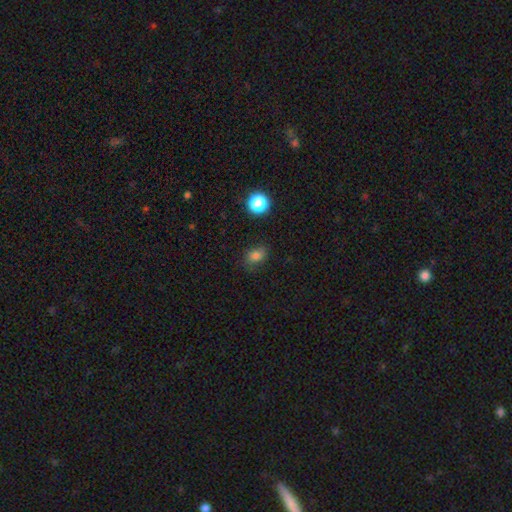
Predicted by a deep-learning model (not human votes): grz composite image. It shows a smooth galaxy with no disk features (78%) that is in between round and cigar-shaped (61%). Merging: none (74%).